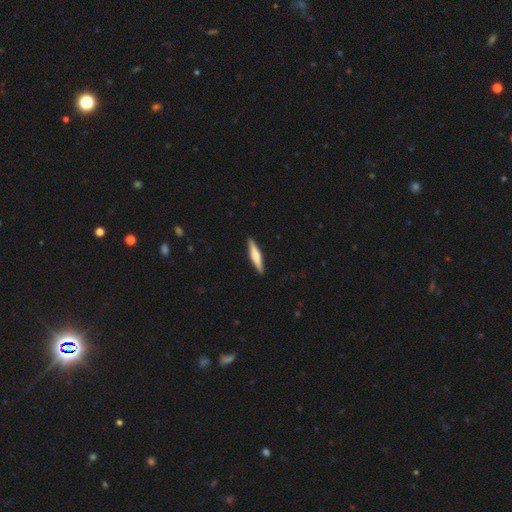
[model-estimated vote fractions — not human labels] Overall: smooth (50%; featured or disk 45%). Merging: none (91%).